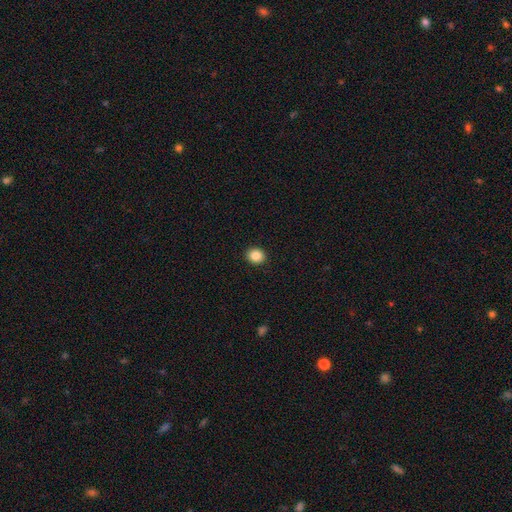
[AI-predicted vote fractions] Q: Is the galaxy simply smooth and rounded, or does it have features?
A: smooth — 86%.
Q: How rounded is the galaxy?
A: round — 73%.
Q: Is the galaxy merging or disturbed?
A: none — 92%.